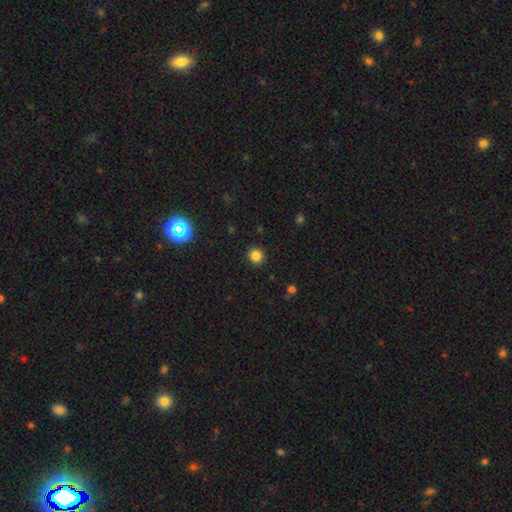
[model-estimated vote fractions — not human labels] Smooth or featured? Predicted: smooth (p=0.84). How rounded? Predicted: round (p=0.91). Merging? Predicted: none (p=0.91).